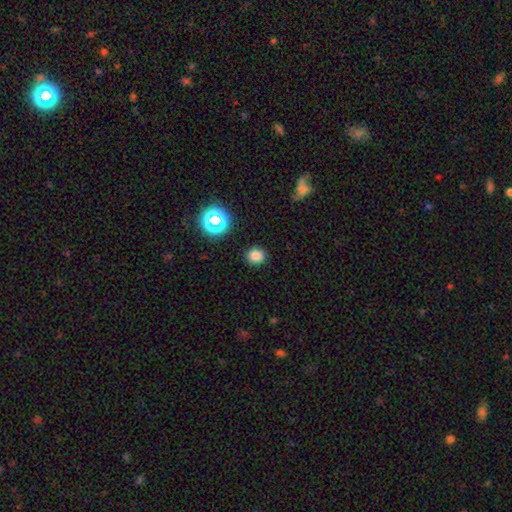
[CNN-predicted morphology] Smooth or featured? smooth (79%)
How rounded? round (83%)
Merging? none (89%)